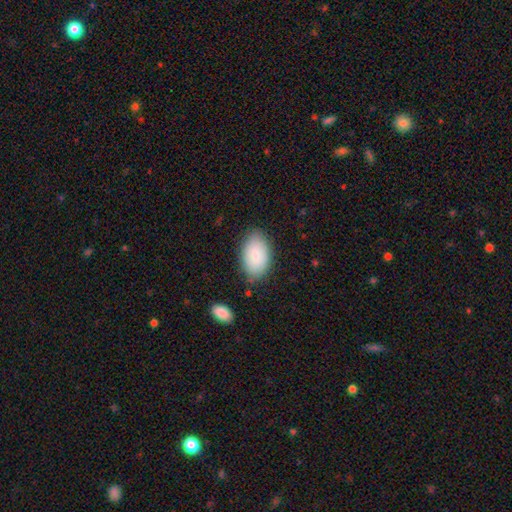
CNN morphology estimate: smooth-or-featured: smooth: 84% | featured or disk: 10% | star or artifact: 6%
  how-rounded: in between: 93% | round: 5% | cigar-shaped: 1%
  merging: none: 81% | minor disturbance: 14% | major disturbance: 3% | merger: 2%